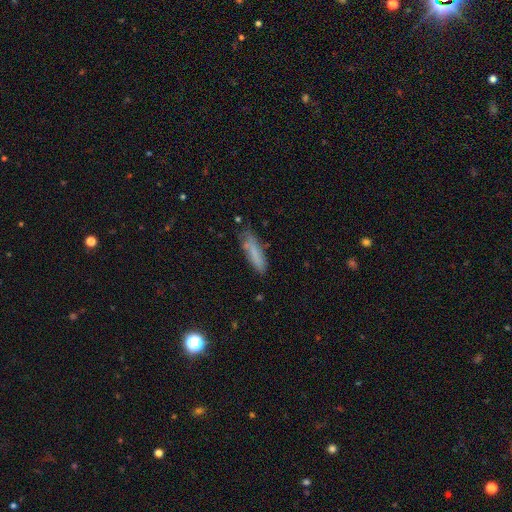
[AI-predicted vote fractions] This is likely a smooth galaxy (77%). How rounded: likely cigar-shaped (68%). Merging: likely none (65%).